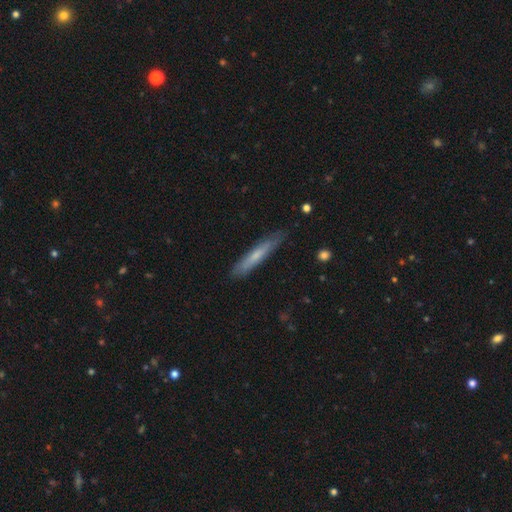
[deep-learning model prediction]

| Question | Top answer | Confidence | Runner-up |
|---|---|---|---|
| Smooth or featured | smooth | 60% | featured or disk (34%) |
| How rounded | cigar-shaped | 93% | in between (6%) |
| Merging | none | 82% | minor disturbance (15%) |